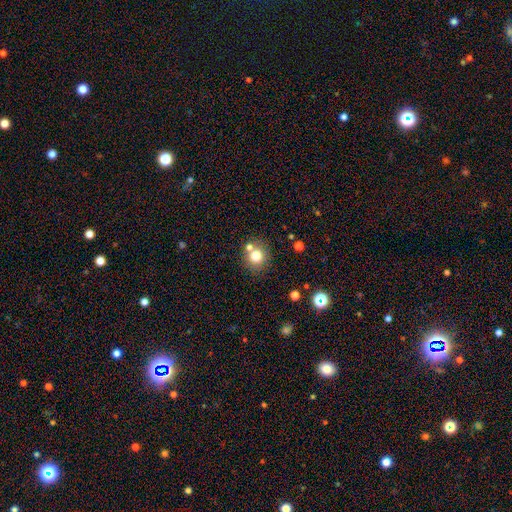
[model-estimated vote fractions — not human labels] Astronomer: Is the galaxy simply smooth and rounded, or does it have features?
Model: smooth — 76%.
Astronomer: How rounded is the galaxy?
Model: round — 86%.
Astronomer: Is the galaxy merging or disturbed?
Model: none — 70%.